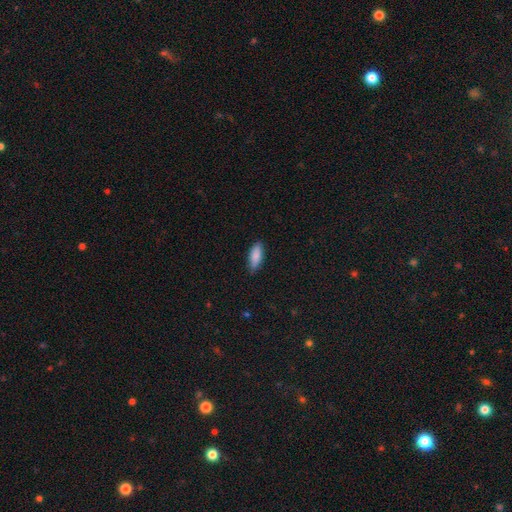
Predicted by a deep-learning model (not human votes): smooth_or_featured: smooth (p=0.86) [alt: featured or disk p=0.08]
how_rounded: in between (p=0.66) [alt: cigar-shaped p=0.32]
merging: none (p=0.81) [alt: minor disturbance p=0.16]